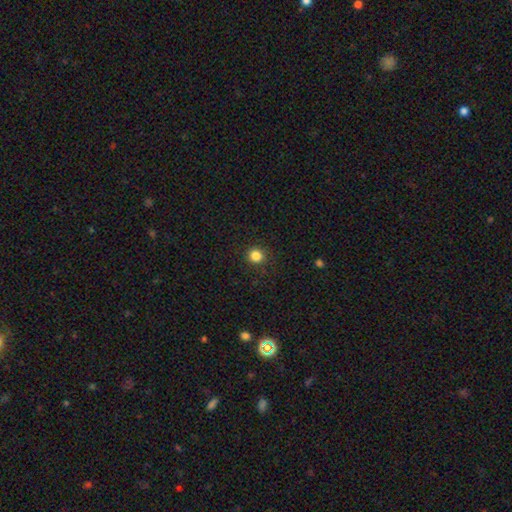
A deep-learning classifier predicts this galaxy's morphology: smooth-or-featured: smooth: 85% | star or artifact: 12% | featured or disk: 4%
  how-rounded: round: 91% | in between: 8% | cigar-shaped: 1%
  merging: none: 90% | minor disturbance: 6% | major disturbance: 2% | merger: 1%